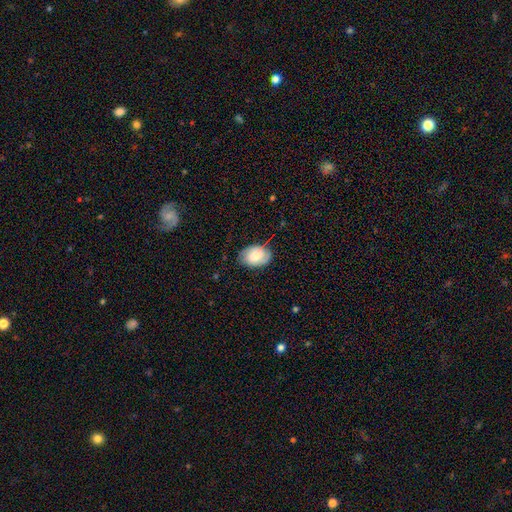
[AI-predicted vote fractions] A smooth galaxy with no disk features (49%). Merging: none (73%).